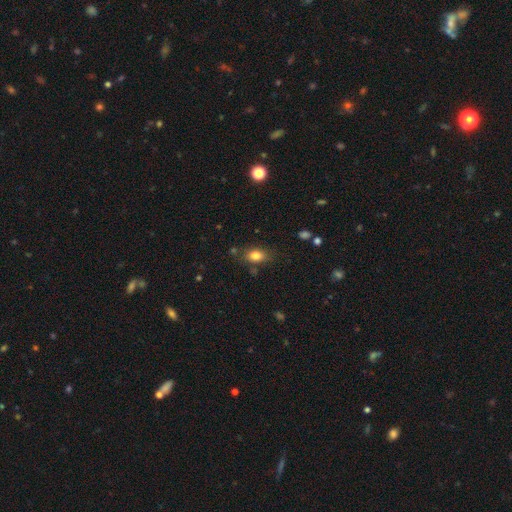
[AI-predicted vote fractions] smooth_or_featured: smooth (p=0.82) [alt: star or artifact p=0.10]
how_rounded: in between (p=0.80) [alt: round p=0.17]
merging: none (p=0.76) [alt: minor disturbance p=0.15]